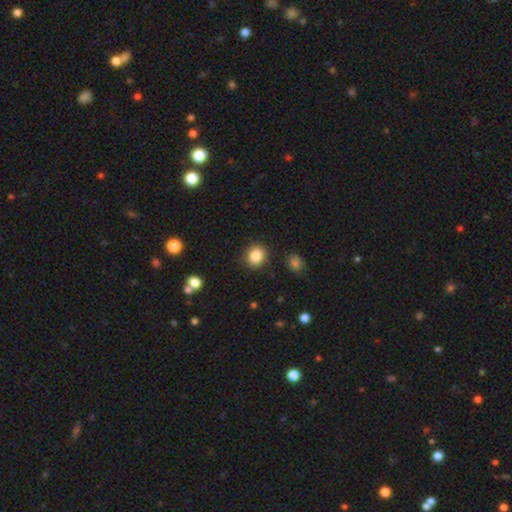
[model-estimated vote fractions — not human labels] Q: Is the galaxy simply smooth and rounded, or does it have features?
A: smooth — 86%.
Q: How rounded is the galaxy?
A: round — 72%.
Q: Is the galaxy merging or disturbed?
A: none — 85%.